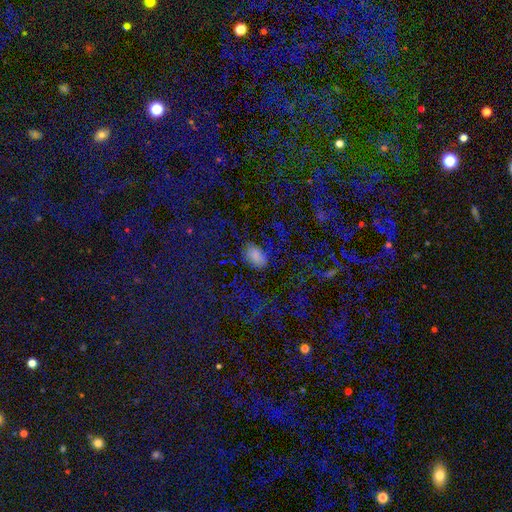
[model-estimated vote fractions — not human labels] smooth_or_featured: smooth (p=0.56) [alt: star or artifact p=0.30]
how_rounded: in between (p=0.75) [alt: round p=0.23]
merging: none (p=0.59) [alt: minor disturbance p=0.21]